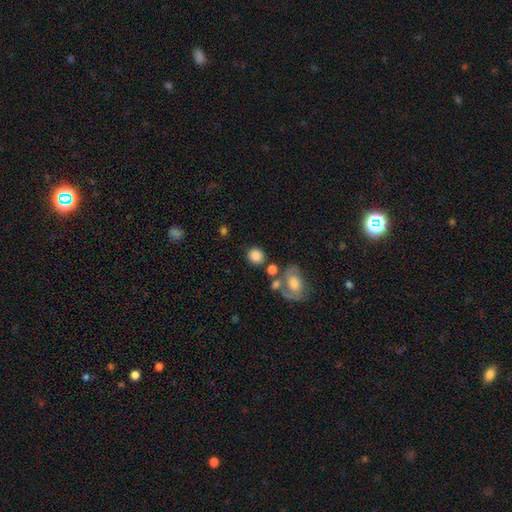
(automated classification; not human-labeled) Q: Smooth or featured?
A: smooth (83%); runner-up: star or artifact (9%)
Q: How rounded?
A: round (81%); runner-up: in between (18%)
Q: Merging?
A: none (71%); runner-up: minor disturbance (12%)